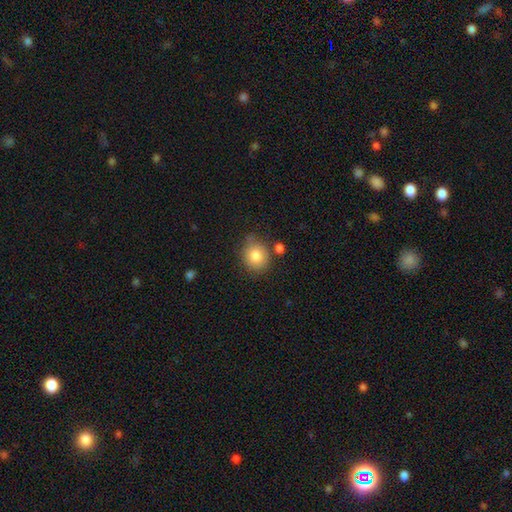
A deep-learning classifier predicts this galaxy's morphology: Q: Smooth or featured?
A: smooth (82%); runner-up: star or artifact (9%)
Q: How rounded?
A: round (77%); runner-up: in between (22%)
Q: Merging?
A: none (73%); runner-up: minor disturbance (16%)